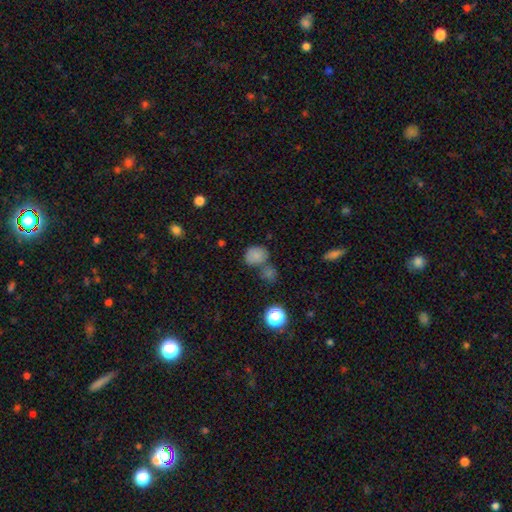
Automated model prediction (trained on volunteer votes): Smooth or featured? smooth (77%)
How rounded? round (60%)
Merging? none (47%)